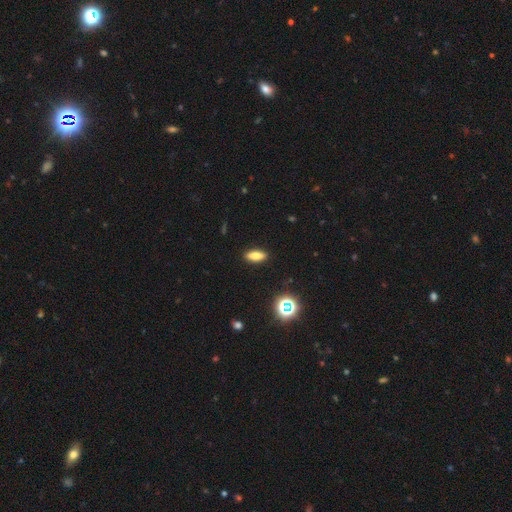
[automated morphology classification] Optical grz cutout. It shows a smooth galaxy with no disk features (73%) that is in between round and cigar-shaped (64%). Merging: none (90%).